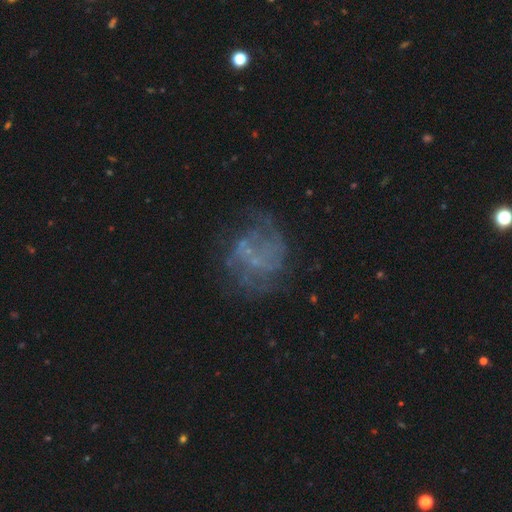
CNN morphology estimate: Smooth or featured? featured or disk (64%)
Edge-on disk? no (98%)
Bar? no (77%)
Spiral arms? yes (55%)
Bulge size? none (63%)
Merging? none (56%)